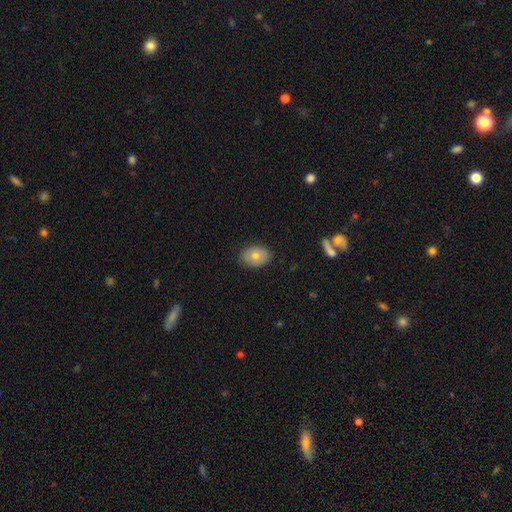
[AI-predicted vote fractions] This appears to be a smooth galaxy with no disk features (70%) that is in between round and cigar-shaped (74%). Merging: none (86%).